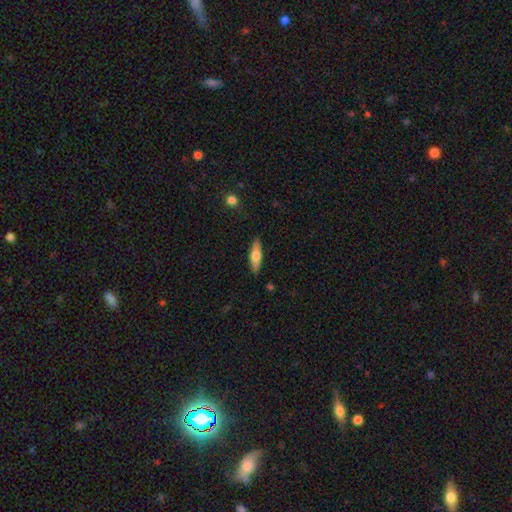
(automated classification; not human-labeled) Smooth or featured: smooth — 63% (featured or disk — 31%)
How rounded: cigar-shaped — 56% (in between — 42%)
Merging: none — 87% (minor disturbance — 10%)